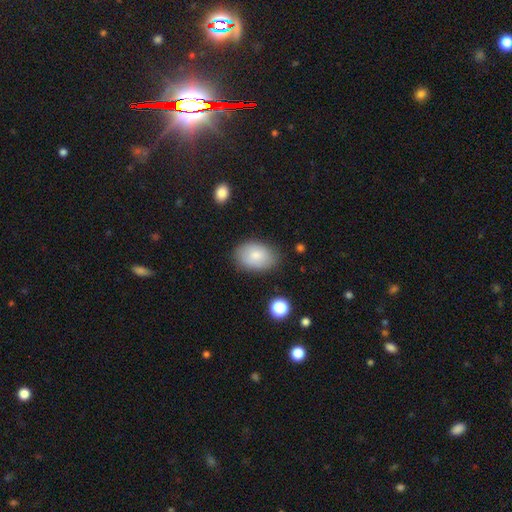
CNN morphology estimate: smooth-or-featured: smooth: 82% | featured or disk: 11% | star or artifact: 7%
  how-rounded: in between: 85% | round: 14% | cigar-shaped: 1%
  merging: none: 78% | minor disturbance: 16% | major disturbance: 4% | merger: 2%